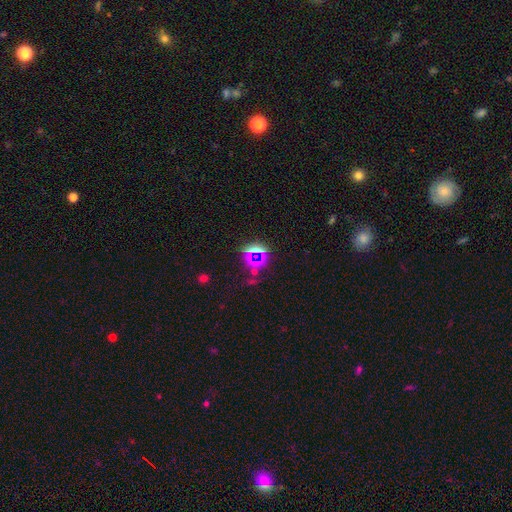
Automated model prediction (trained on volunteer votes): Q: Smooth or featured?
A: star or artifact (67%); runner-up: smooth (23%)